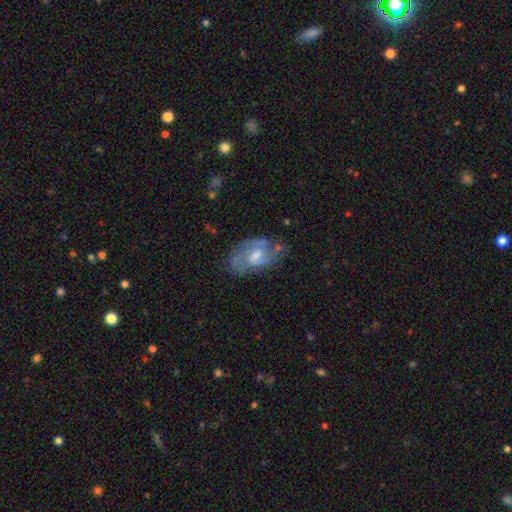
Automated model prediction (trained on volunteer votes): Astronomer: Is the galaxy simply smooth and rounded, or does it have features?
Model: featured or disk — 73%.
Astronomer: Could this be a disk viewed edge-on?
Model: no — 96%.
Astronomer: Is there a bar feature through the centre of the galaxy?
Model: weak — 51% (runner-up: no, 38%).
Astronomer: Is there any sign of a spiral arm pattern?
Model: yes — 82%.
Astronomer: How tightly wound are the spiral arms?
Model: medium — 49% (runner-up: tight, 31%).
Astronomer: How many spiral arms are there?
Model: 2 — 58%.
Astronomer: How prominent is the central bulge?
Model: moderate — 51%.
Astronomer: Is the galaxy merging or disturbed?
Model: none — 59%.